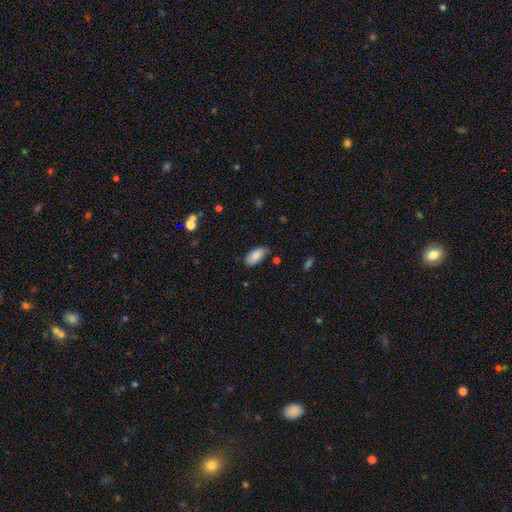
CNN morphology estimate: Smooth or featured? smooth (87%)
How rounded? in between (93%)
Merging? none (80%)